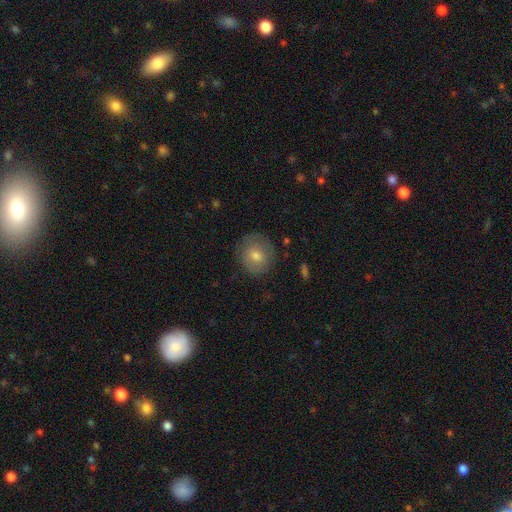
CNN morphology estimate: A smooth galaxy with no disk features (66%) that is round (85%). Merging: none (83%).